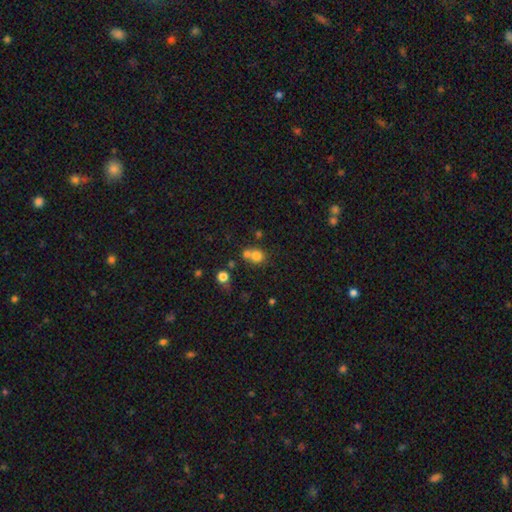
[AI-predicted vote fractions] The model was most divided on "merging": merger: 44%, none: 42%, minor disturbance: 9%, major disturbance: 4%. More confident: how rounded — round (79%); smooth or featured — smooth (76%).